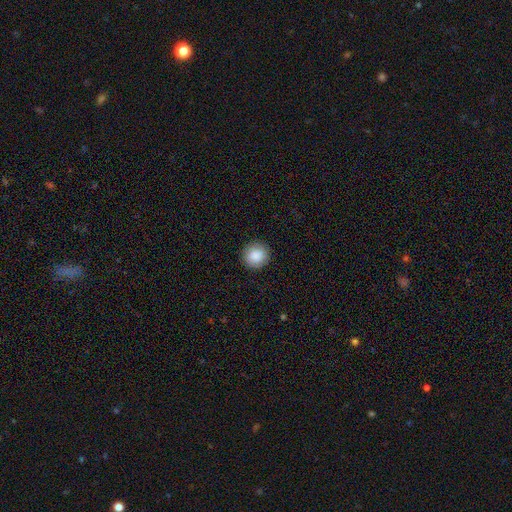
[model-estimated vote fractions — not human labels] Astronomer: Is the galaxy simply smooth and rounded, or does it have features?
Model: smooth — 88%.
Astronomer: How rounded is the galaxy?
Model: round — 94%.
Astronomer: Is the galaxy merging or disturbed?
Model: none — 91%.